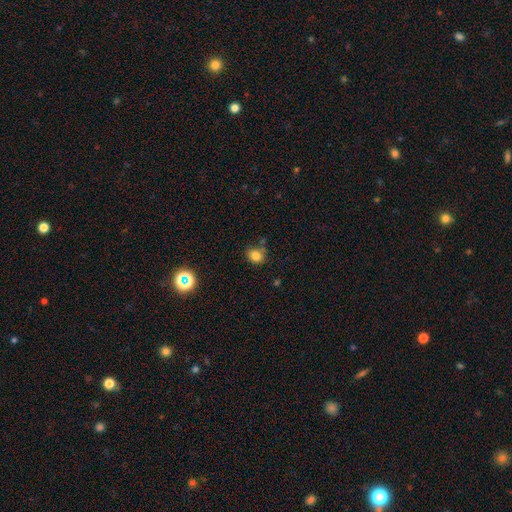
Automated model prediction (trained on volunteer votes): A smooth galaxy with no disk features (80%) that is round (64%).

Vote fractions:
- Smooth or featured? smooth: 80% / star or artifact: 14% / featured or disk: 7%
- How rounded? round: 64% / in between: 35% / cigar-shaped: 1%
- Merging? none: 69% / minor disturbance: 18% / merger: 8% / major disturbance: 5%